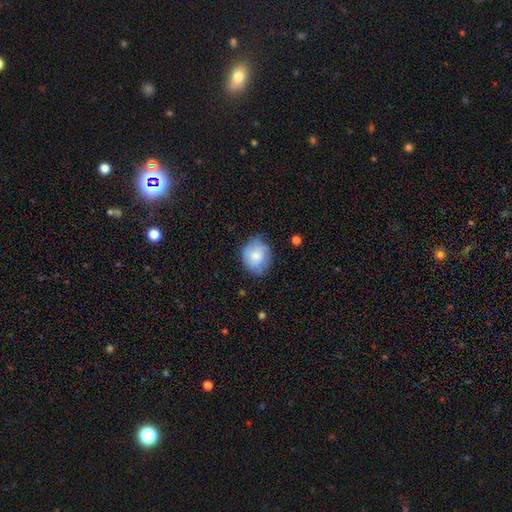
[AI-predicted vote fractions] Smooth or featured?
  - smooth: 77% *
  - featured or disk: 16%
  - star or artifact: 7%
How rounded?
  - round: 61% *
  - in between: 38%
  - cigar-shaped: 1%
Merging?
  - none: 68% *
  - minor disturbance: 25%
  - major disturbance: 6%
  - merger: 1%